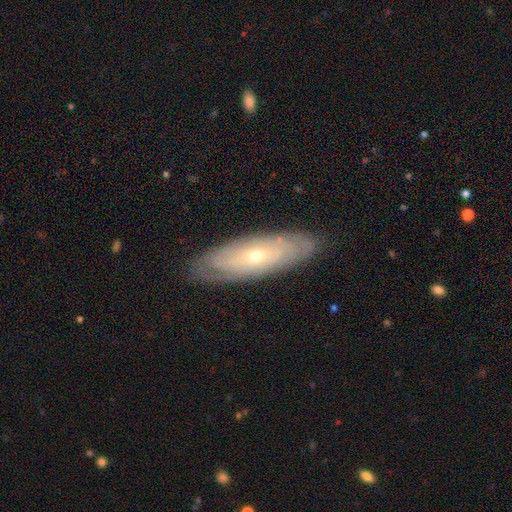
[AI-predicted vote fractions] Smooth or featured?
  - featured or disk: 71% *
  - smooth: 22%
  - star or artifact: 7%
Edge-on disk?
  - no: 77% *
  - yes: 23%
Bar?
  - no: 78% *
  - weak: 17%
  - strong: 5%
Spiral arms?
  - yes: 76% *
  - no: 24%
Bulge size?
  - small: 63% *
  - moderate: 35%
  - large: 1%
  - none: 1%
  - dominant: 1%
Merging?
  - none: 85% *
  - minor disturbance: 12%
  - major disturbance: 3%
  - merger: 1%